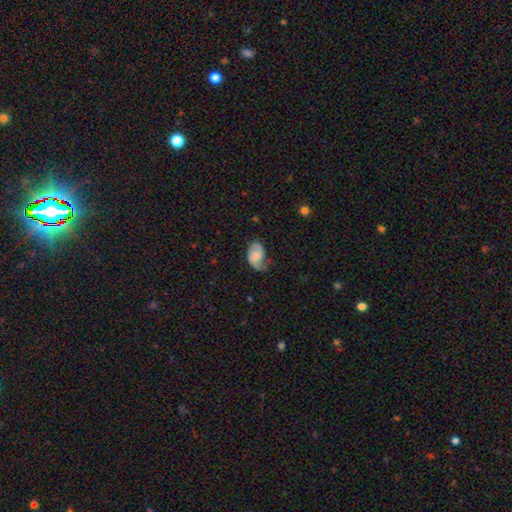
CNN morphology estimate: Overall: featured or disk (48%; smooth 45%). Merging: none (42%; minor disturbance 37%).